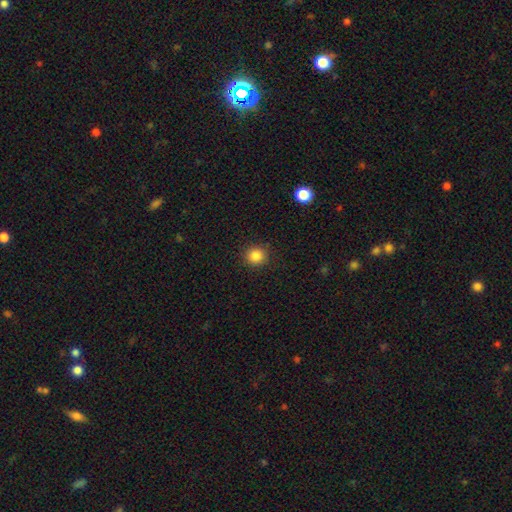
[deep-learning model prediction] This is clearly a smooth galaxy (85%). How rounded: clearly round (91%). Merging: clearly none (90%).